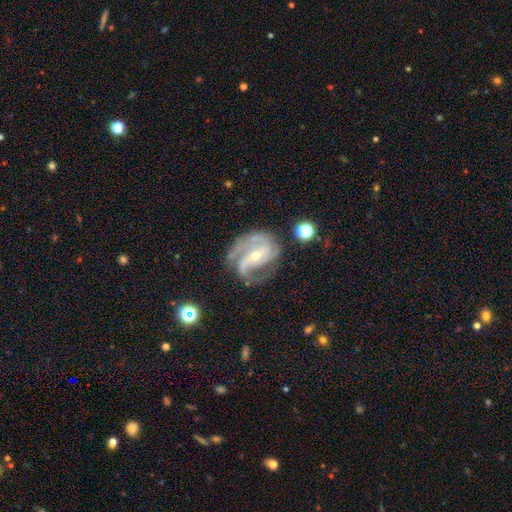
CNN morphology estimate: Smooth or featured? featured or disk (90%)
Edge-on disk? no (97%)
Bar? strong (36%)
Spiral arms? yes (98%)
Spiral winding? medium (54%)
Spiral arm count? 2 (54%)
Bulge size? small (62%)
Merging? none (66%)